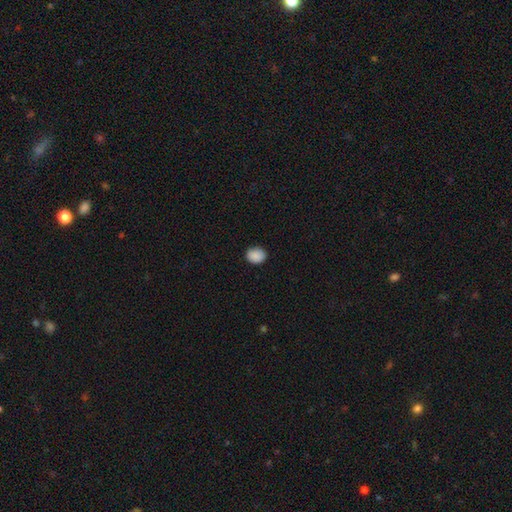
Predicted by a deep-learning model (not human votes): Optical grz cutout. It shows a smooth galaxy with no disk features (89%) that is round (56%). Merging: none (87%).